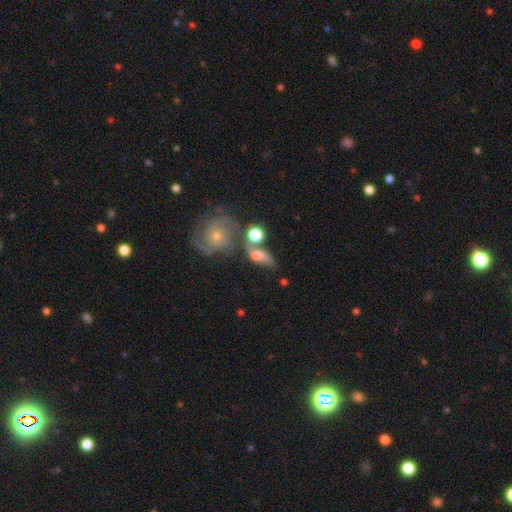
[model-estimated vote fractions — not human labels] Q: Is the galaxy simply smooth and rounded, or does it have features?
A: smooth — 46%.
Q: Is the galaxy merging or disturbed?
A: merger — 38%.